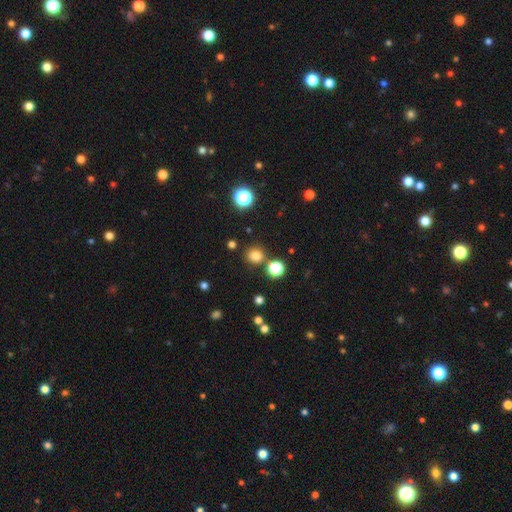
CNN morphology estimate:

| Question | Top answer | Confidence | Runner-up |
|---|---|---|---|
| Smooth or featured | smooth | 78% | star or artifact (18%) |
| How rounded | round | 87% | in between (12%) |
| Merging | none | 80% | minor disturbance (9%) |